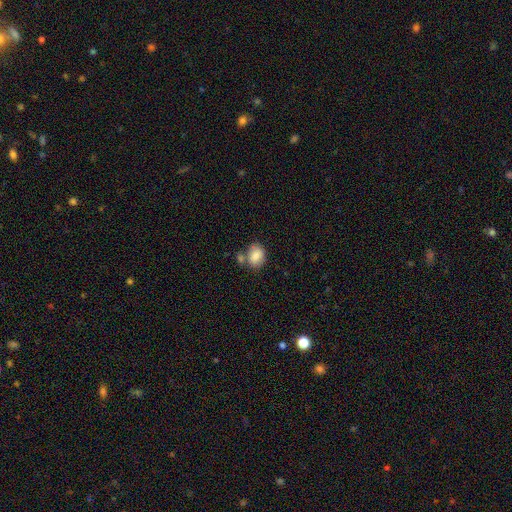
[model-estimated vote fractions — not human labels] Morphology: type=smooth (84%); roundness=in between (66%); merging=none (51%).